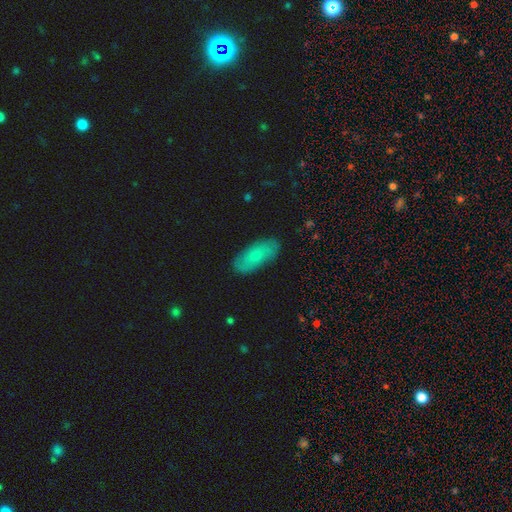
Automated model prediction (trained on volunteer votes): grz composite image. It shows a smooth galaxy with no disk features (62%) that is in between round and cigar-shaped (86%). Merging: none (85%).